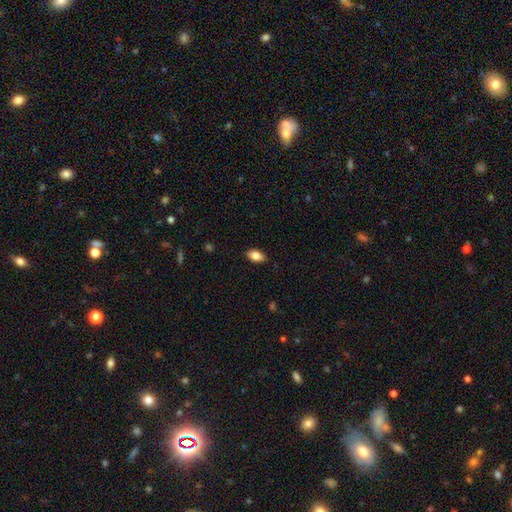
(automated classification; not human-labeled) Smooth or featured?
  - smooth: 84% *
  - featured or disk: 8%
  - star or artifact: 8%
How rounded?
  - in between: 91% *
  - round: 5%
  - cigar-shaped: 4%
Merging?
  - none: 88% *
  - minor disturbance: 9%
  - major disturbance: 2%
  - merger: 1%